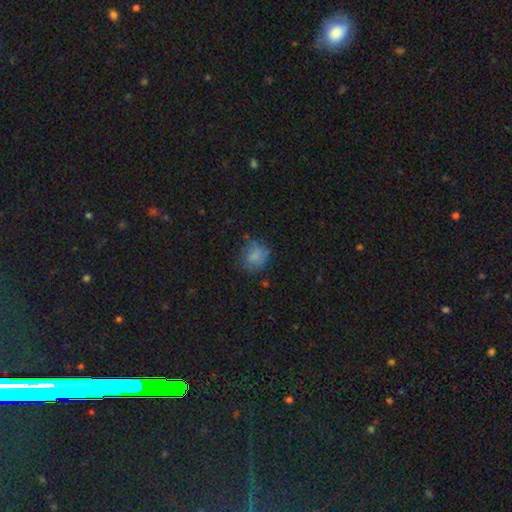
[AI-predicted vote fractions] A smooth galaxy with no disk features (72%) that is round (61%). Merging: none (61%).